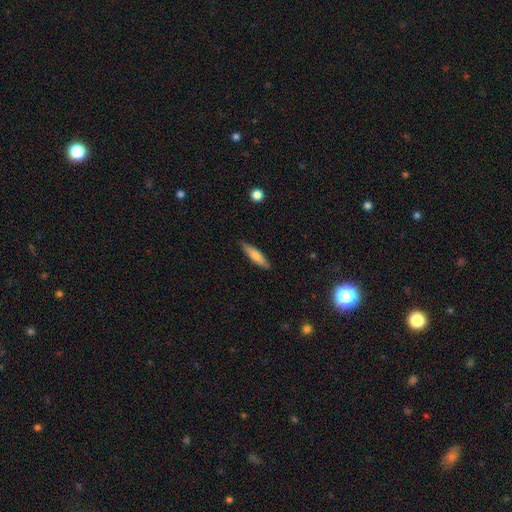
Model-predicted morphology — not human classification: Smooth or featured?
  - smooth: 71% *
  - featured or disk: 23%
  - star or artifact: 6%
How rounded?
  - cigar-shaped: 77% *
  - in between: 21%
  - round: 2%
Merging?
  - none: 86% *
  - minor disturbance: 11%
  - major disturbance: 2%
  - merger: 1%